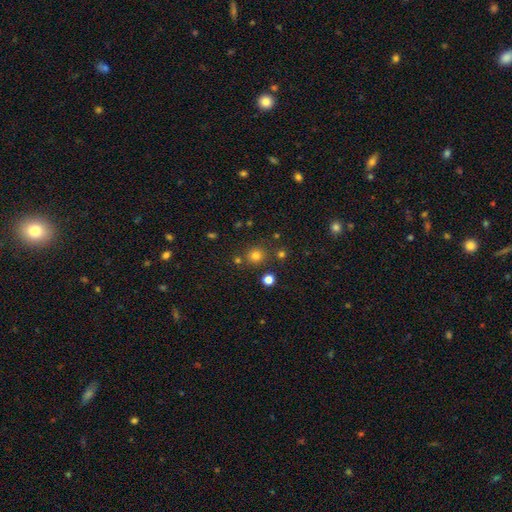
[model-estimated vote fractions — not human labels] Overall: smooth (76%). How rounded: round (87%). Merging: none (79%).